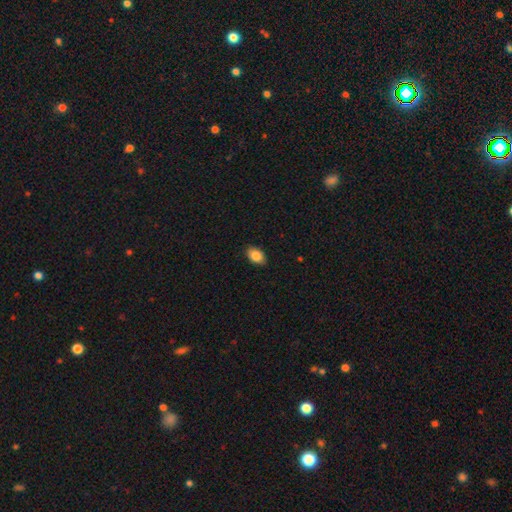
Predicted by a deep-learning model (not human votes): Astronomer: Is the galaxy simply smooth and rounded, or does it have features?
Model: smooth — 86%.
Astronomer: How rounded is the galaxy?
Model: in between — 88%.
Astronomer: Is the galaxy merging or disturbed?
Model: none — 89%.